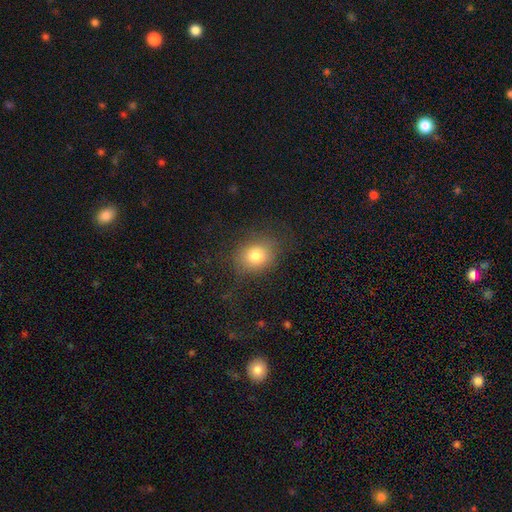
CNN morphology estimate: A smooth galaxy with no disk features (79%) that is round (59%).

Vote fractions:
- Smooth or featured? smooth: 79% / star or artifact: 11% / featured or disk: 10%
- How rounded? round: 59% / in between: 40% / cigar-shaped: 1%
- Merging? none: 76% / minor disturbance: 14% / major disturbance: 8% / merger: 1%